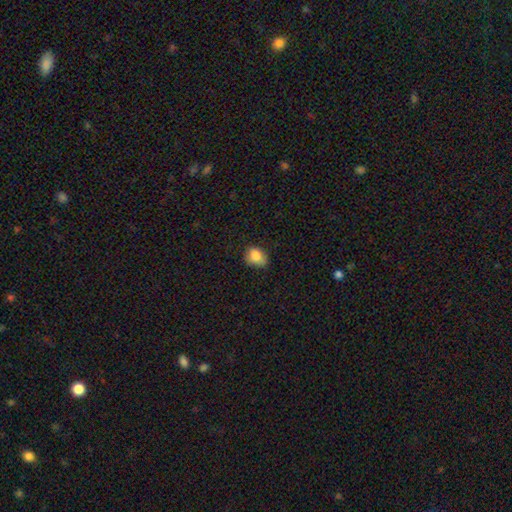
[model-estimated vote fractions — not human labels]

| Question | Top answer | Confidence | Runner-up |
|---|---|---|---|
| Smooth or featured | smooth | 85% | star or artifact (9%) |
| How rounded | round | 51% | in between (48%) |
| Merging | none | 65% | minor disturbance (28%) |